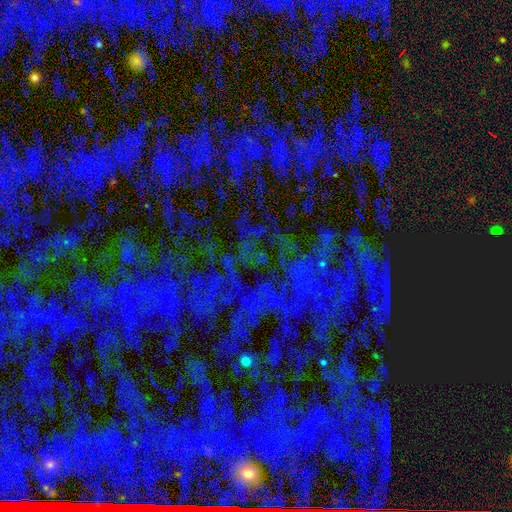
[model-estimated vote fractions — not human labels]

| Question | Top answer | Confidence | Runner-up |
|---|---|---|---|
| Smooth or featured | star or artifact | 78% | smooth (12%) |